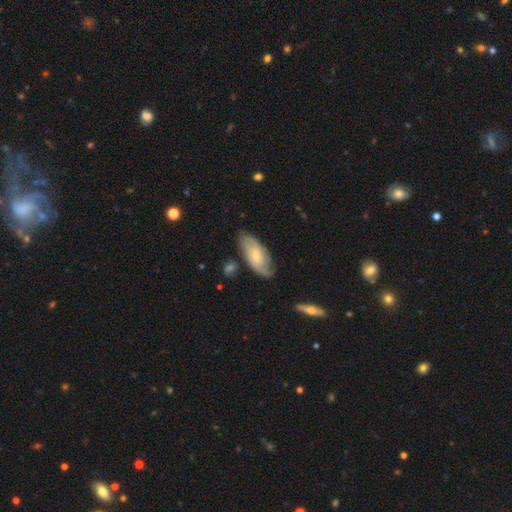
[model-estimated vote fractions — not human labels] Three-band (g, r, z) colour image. It shows a featured or disk galaxy (55%). Merging: none (66%).